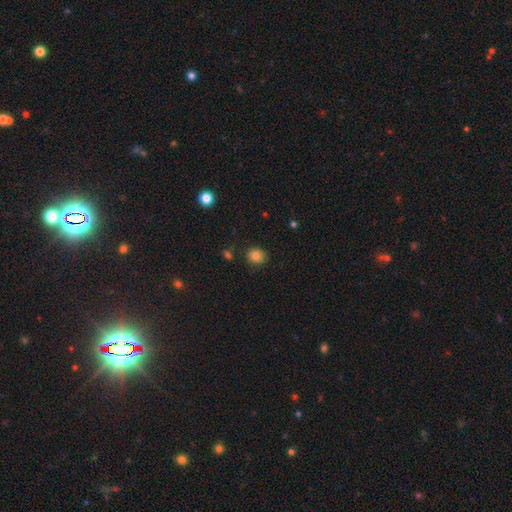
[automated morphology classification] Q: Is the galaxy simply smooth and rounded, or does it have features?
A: smooth — 84%.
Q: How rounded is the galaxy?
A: round — 70%.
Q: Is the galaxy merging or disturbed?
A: none — 83%.